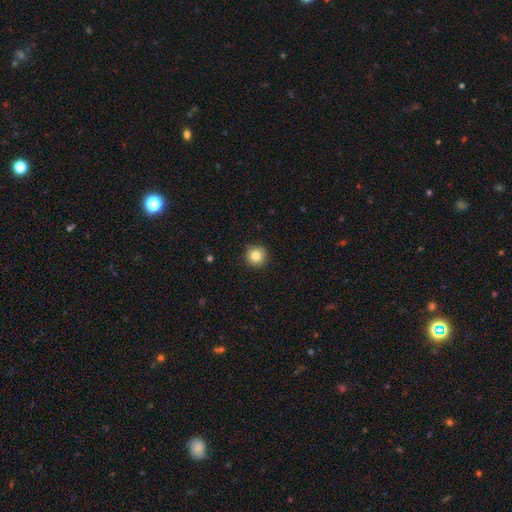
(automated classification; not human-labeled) smooth-or-featured: smooth: 83% | star or artifact: 10% | featured or disk: 7%
  how-rounded: round: 95% | in between: 4% | cigar-shaped: 1%
  merging: none: 92% | minor disturbance: 6% | major disturbance: 2% | merger: 1%